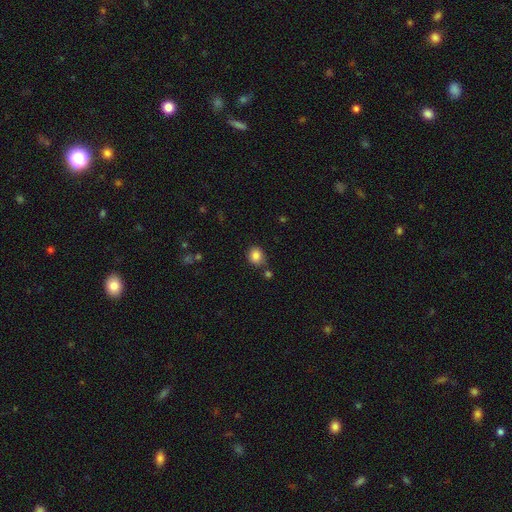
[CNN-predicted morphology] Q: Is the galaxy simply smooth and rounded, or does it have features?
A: smooth — 84%.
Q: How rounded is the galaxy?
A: round — 68%.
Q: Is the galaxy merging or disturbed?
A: none — 76%.